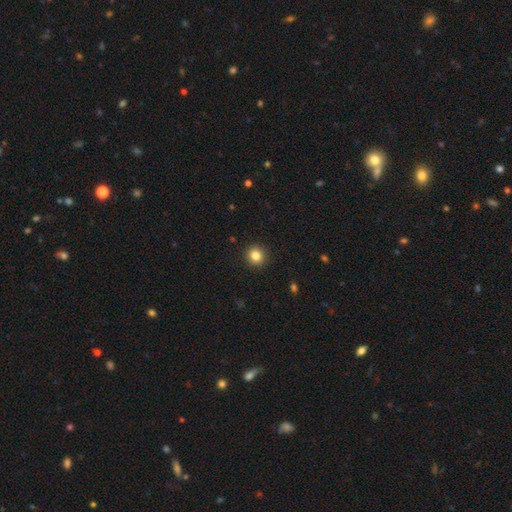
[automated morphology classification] The model was most divided on "smooth or featured": smooth: 83%, star or artifact: 11%, featured or disk: 6%. More confident: how rounded — round (93%); merging — none (93%).